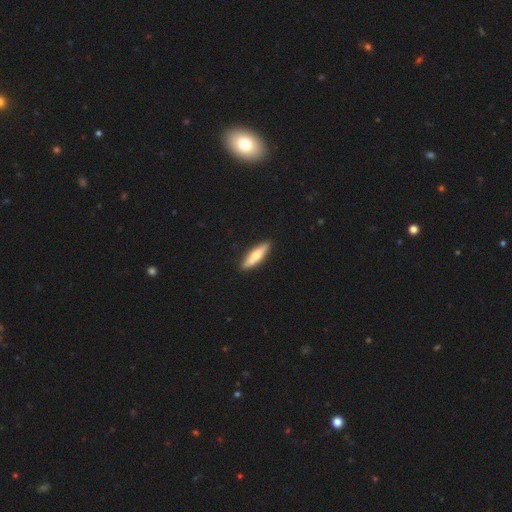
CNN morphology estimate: Smooth or featured: smooth — 63% (featured or disk — 32%)
How rounded: cigar-shaped — 73% (in between — 25%)
Merging: none — 91% (minor disturbance — 7%)